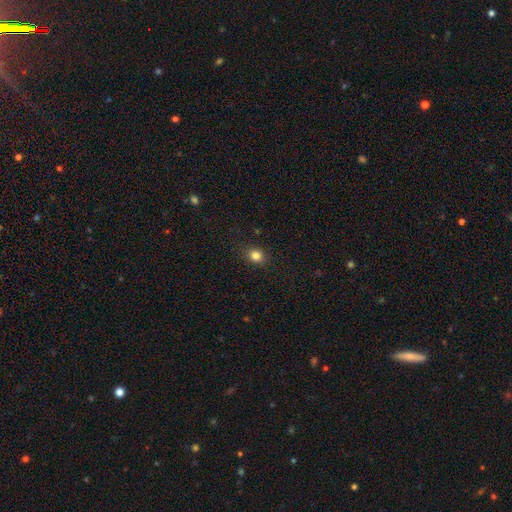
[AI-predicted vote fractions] A smooth galaxy with no disk features (82%) that is round (66%).

Vote fractions:
- Smooth or featured? smooth: 82% / star or artifact: 12% / featured or disk: 6%
- How rounded? round: 66% / in between: 33% / cigar-shaped: 1%
- Merging? none: 88% / minor disturbance: 9% / major disturbance: 2% / merger: 1%